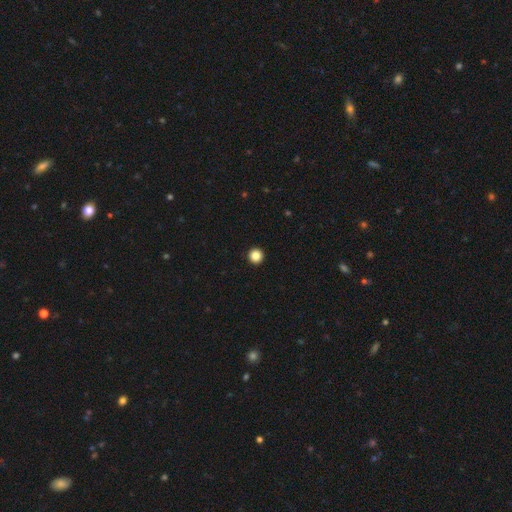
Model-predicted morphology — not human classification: A smooth galaxy with no disk features (86%) that is round (97%).

Vote fractions:
- Smooth or featured? smooth: 86% / star or artifact: 11% / featured or disk: 3%
- How rounded? round: 97% / in between: 2% / cigar-shaped: 1%
- Merging? none: 95% / minor disturbance: 3% / major disturbance: 1% / merger: 1%